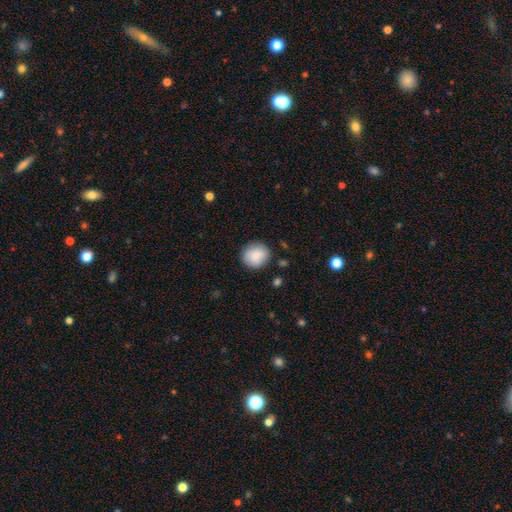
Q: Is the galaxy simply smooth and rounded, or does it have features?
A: smooth — 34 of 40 (85%).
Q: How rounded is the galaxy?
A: round — 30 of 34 (88%).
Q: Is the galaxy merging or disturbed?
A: none — 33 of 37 (89%).